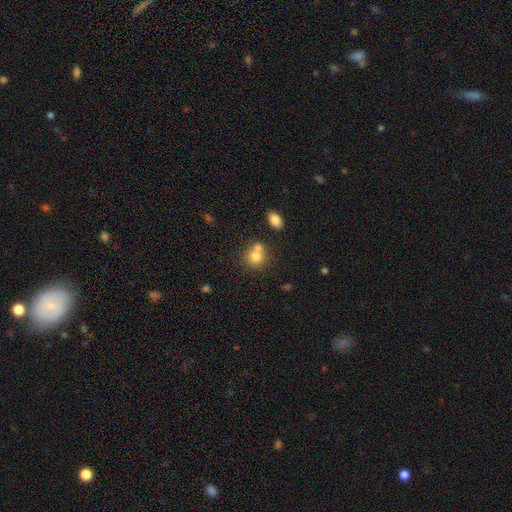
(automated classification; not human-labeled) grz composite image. It shows a smooth galaxy with no disk features (75%) that is round (80%). Merging: none (45%).